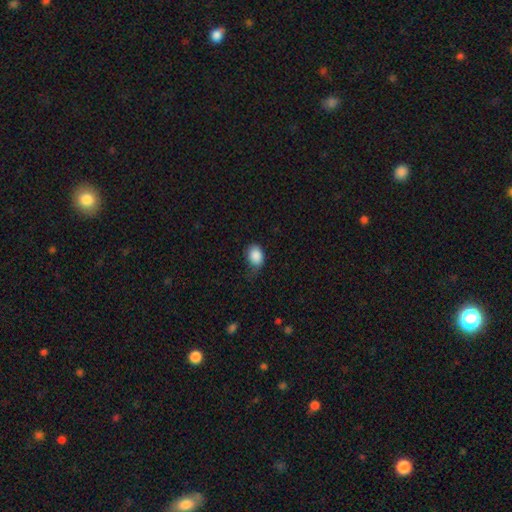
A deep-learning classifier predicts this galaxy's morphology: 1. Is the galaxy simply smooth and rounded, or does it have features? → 88% smooth, 8% star or artifact, 4% featured or disk.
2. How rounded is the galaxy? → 71% in between, 28% round, 1% cigar-shaped.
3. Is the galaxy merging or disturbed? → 54% none, 34% minor disturbance, 11% major disturbance, 2% merger.